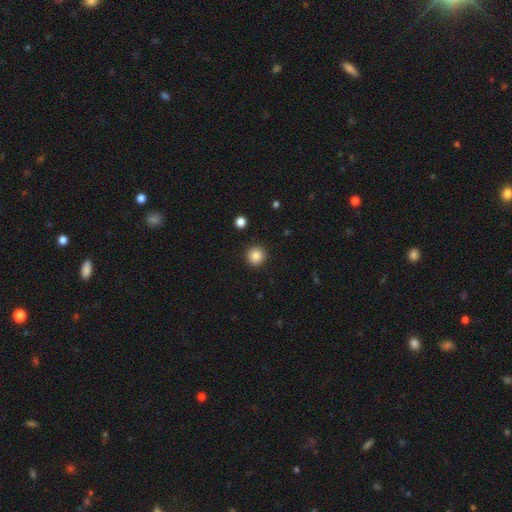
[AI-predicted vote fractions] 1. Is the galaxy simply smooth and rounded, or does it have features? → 86% smooth, 10% star or artifact, 4% featured or disk.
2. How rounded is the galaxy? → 95% round, 4% in between, 1% cigar-shaped.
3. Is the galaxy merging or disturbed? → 92% none, 5% minor disturbance, 2% major disturbance, 1% merger.